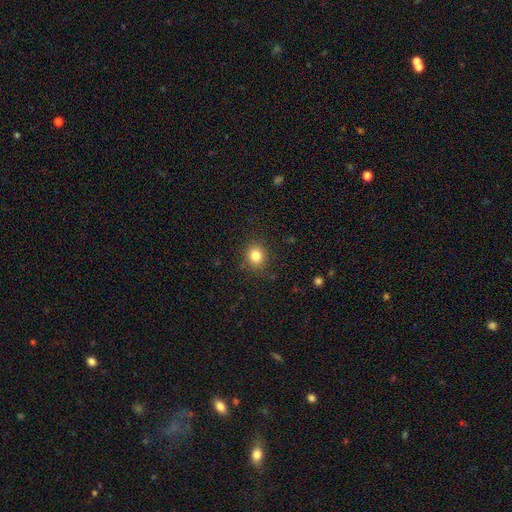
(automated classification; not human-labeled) A smooth galaxy with no disk features (83%) that is round (74%).

Vote fractions:
- Smooth or featured? smooth: 83% / star or artifact: 11% / featured or disk: 6%
- How rounded? round: 74% / in between: 25% / cigar-shaped: 1%
- Merging? none: 86% / minor disturbance: 10% / major disturbance: 3% / merger: 1%